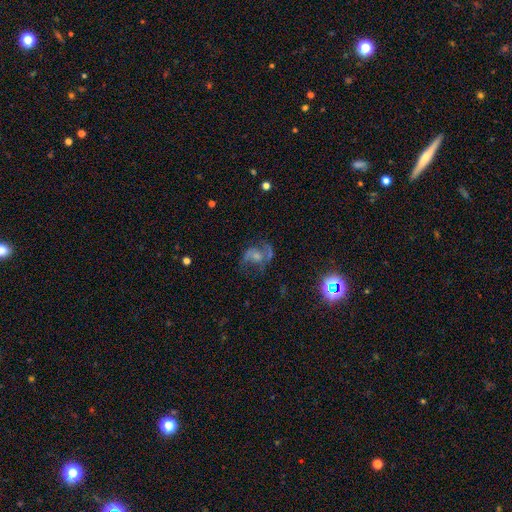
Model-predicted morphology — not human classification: Smooth or featured: featured or disk — 62% (smooth — 24%)
Edge-on disk: no — 97% (yes — 3%)
Bar: no — 67% (weak — 27%)
Spiral arms: yes — 75% (no — 25%)
Bulge size: small — 38% (moderate — 35%)
Merging: none — 44% (major disturbance — 30%)